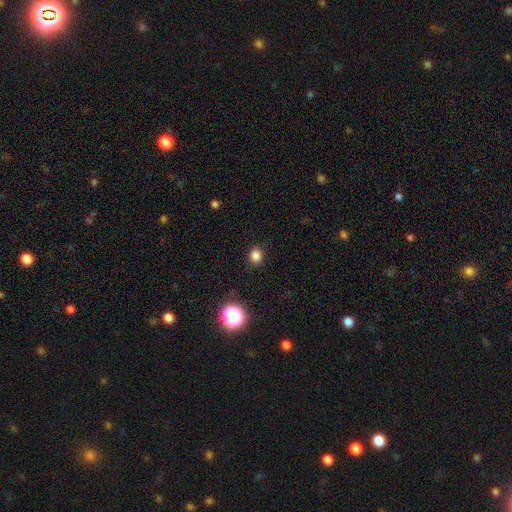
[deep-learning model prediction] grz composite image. It shows a smooth galaxy with no disk features (82%) that is round (75%). Merging: none (88%).